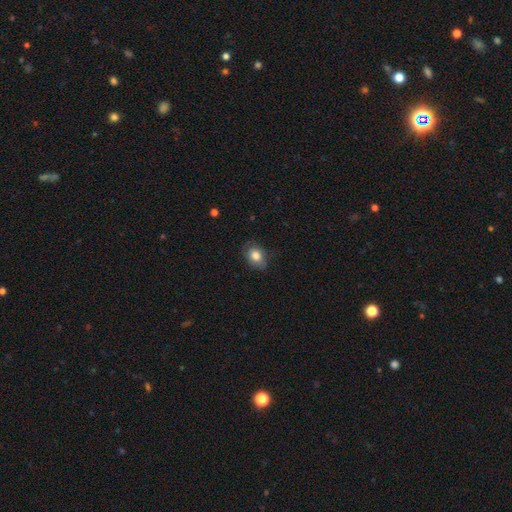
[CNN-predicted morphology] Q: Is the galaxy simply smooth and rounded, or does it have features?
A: smooth — 78%.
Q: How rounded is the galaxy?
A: in between — 66%.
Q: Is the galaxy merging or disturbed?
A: none — 74%.